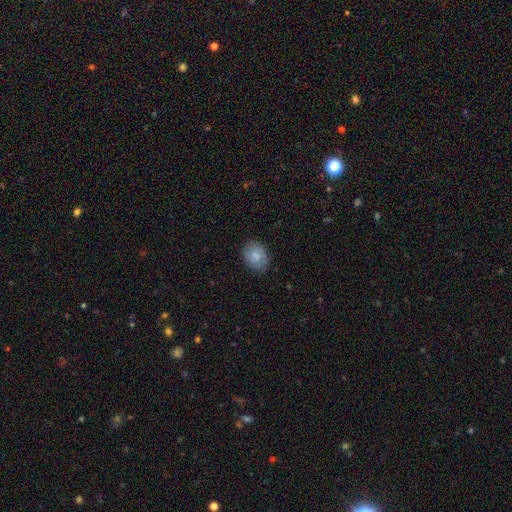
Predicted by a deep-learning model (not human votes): This is likely a smooth galaxy (74%). How rounded: possibly in between (60%). Merging: clearly none (82%).